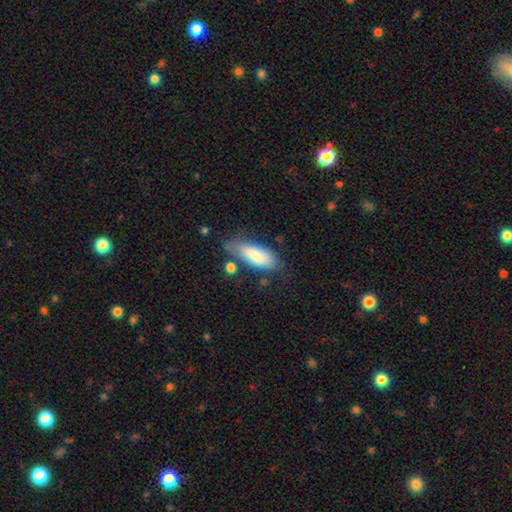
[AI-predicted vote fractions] Smooth or featured? smooth (78%)
How rounded? in between (71%)
Merging? none (57%)